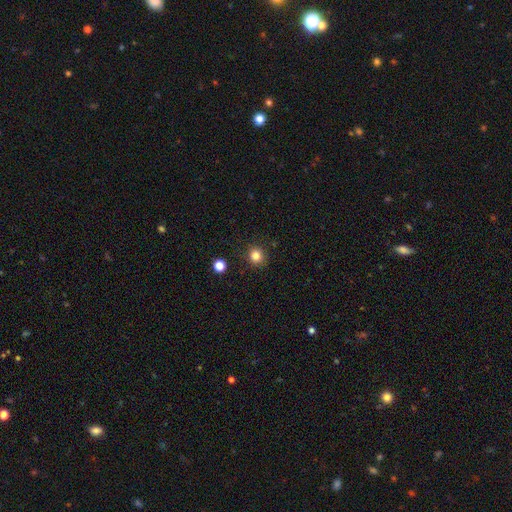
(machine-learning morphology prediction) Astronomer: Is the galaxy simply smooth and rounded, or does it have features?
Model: smooth — 83%.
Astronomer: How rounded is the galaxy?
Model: round — 91%.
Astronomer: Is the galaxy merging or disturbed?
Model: none — 89%.